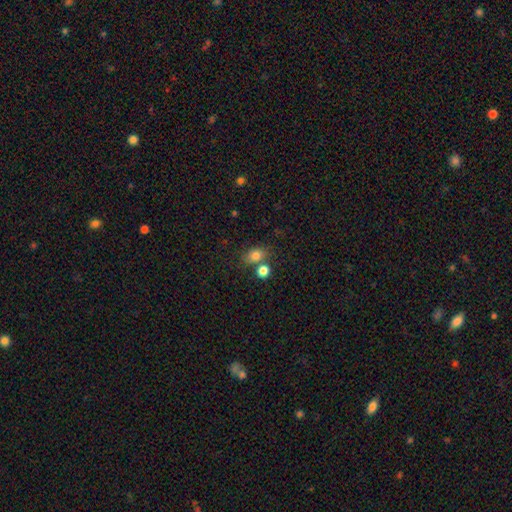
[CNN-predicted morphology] smooth 80%, star or artifact 12%, featured or disk 8%. Down the decision tree: how rounded — in between (55%); merging — none (59%).